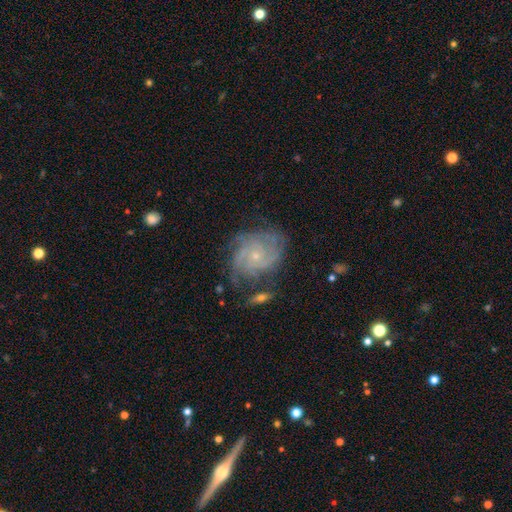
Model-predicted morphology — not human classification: A featured or disk galaxy (83%) with no bar (76%), tight (60%) spiral arms (95%) and a small central bulge (79%).

Vote fractions:
- Smooth or featured? featured or disk: 83% / smooth: 9% / star or artifact: 7%
- Edge-on disk? no: 98% / yes: 2%
- Bar? no: 76% / weak: 20% / strong: 3%
- Spiral arms? yes: 95% / no: 5%
- Spiral winding? tight: 60% / medium: 31% / loose: 8%
- Spiral arm count? can't tell: 27% / 3: 24% / 4: 21% / 2: 14% / more than 4: 7% / 1: 6%
- Bulge size? small: 79% / moderate: 17% / none: 2% / large: 1% / dominant: 1%
- Merging? none: 64% / minor disturbance: 21% / major disturbance: 10% / merger: 5%